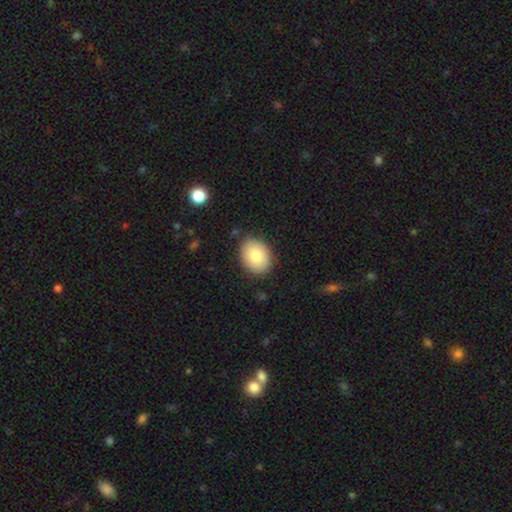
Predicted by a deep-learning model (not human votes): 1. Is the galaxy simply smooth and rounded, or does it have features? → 82% smooth, 11% featured or disk, 7% star or artifact.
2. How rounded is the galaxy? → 66% in between, 33% round, 1% cigar-shaped.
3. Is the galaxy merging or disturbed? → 84% none, 12% minor disturbance, 3% major disturbance, 2% merger.